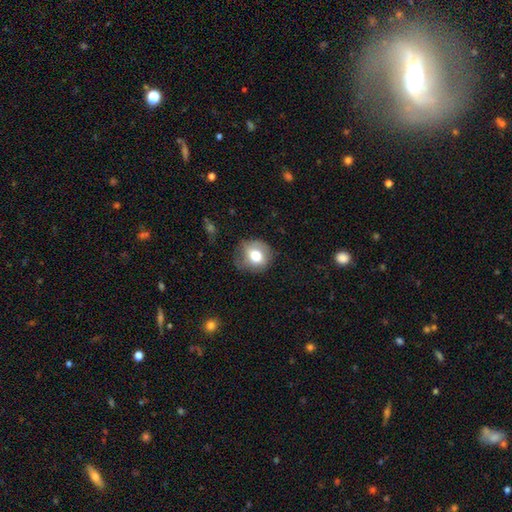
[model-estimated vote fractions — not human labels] A smooth galaxy with no disk features (69%) that is round (76%).

Vote fractions:
- Smooth or featured? smooth: 69% / featured or disk: 22% / star or artifact: 9%
- How rounded? round: 76% / in between: 23% / cigar-shaped: 1%
- Merging? none: 63% / minor disturbance: 26% / major disturbance: 10% / merger: 1%